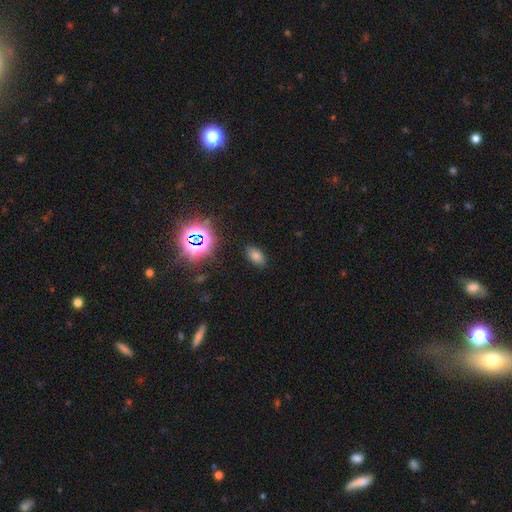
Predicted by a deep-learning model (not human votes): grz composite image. It shows a smooth galaxy with no disk features (68%) that is in between round and cigar-shaped (90%). Merging: none (86%).